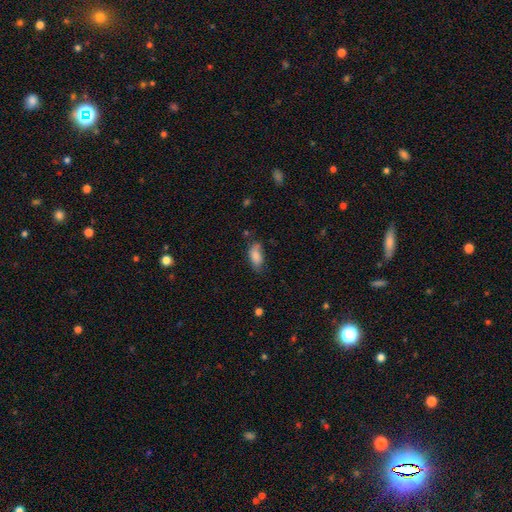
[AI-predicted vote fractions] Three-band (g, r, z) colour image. It shows a smooth galaxy with no disk features (82%) that is in between round and cigar-shaped (88%). Merging: none (63%).